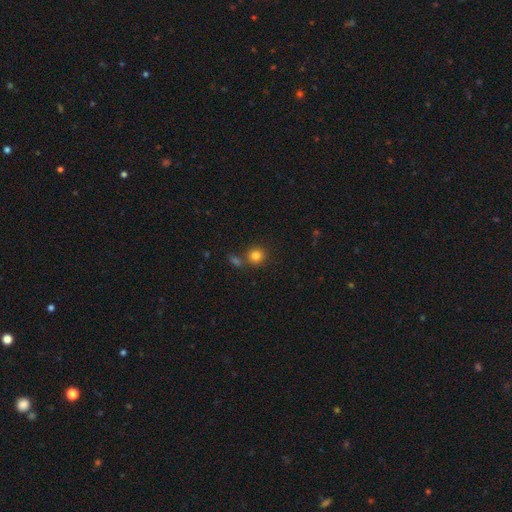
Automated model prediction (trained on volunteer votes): smooth_or_featured: smooth (p=0.82) [alt: star or artifact p=0.12]
how_rounded: round (p=0.88) [alt: in between p=0.12]
merging: none (p=0.72) [alt: merger p=0.15]